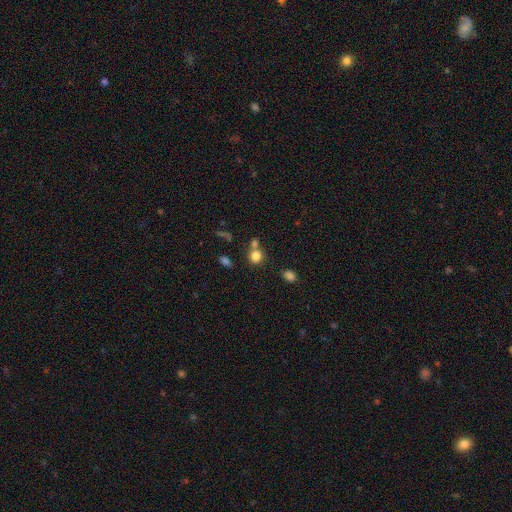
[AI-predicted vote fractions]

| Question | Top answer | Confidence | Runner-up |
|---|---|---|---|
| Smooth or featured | smooth | 80% | star or artifact (12%) |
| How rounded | round | 80% | in between (19%) |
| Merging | none | 58% | merger (28%) |